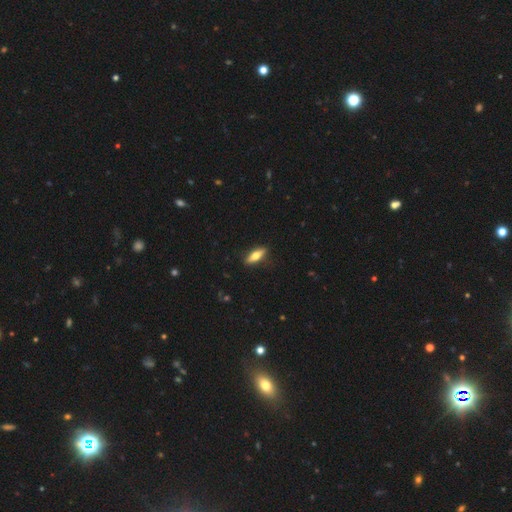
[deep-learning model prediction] Overall: smooth (58%; featured or disk 36%). How rounded: in between (51%; cigar-shaped 47%). Merging: none (87%).